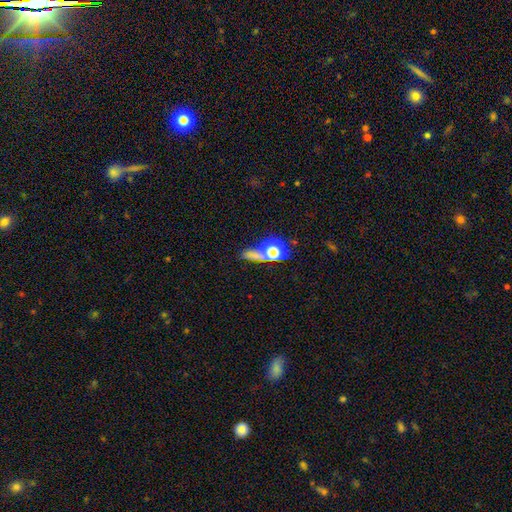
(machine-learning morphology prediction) Smooth or featured: smooth — 60% (star or artifact — 21%)
How rounded: round — 47% (in between — 34%)
Merging: none — 41% (merger — 26%)